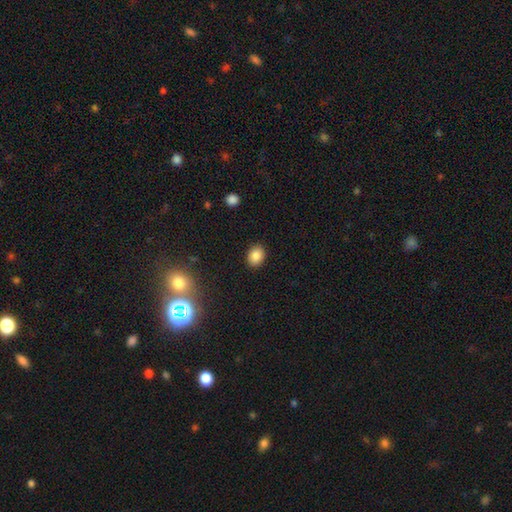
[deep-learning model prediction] Q: Smooth or featured?
A: smooth (85%); runner-up: star or artifact (10%)
Q: How rounded?
A: in between (56%); runner-up: round (43%)
Q: Merging?
A: none (89%); runner-up: minor disturbance (8%)